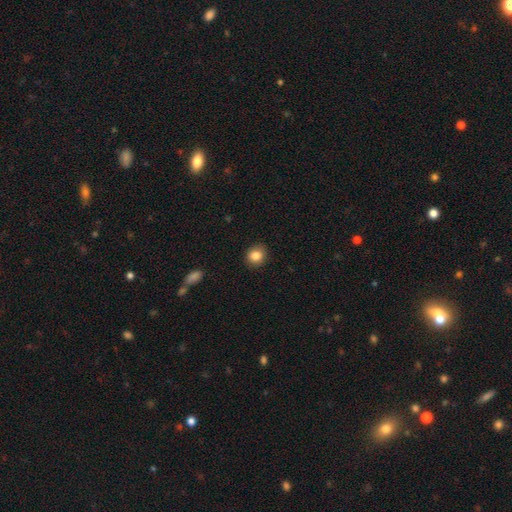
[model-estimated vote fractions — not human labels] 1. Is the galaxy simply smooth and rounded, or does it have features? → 85% smooth, 10% star or artifact, 6% featured or disk.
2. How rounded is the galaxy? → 73% round, 26% in between, 1% cigar-shaped.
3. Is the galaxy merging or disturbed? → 89% none, 8% minor disturbance, 2% major disturbance, 1% merger.